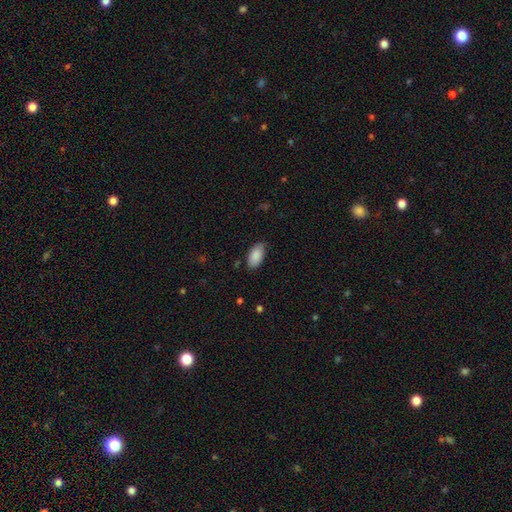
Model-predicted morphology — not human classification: Smooth or featured?
  - smooth: 89% *
  - star or artifact: 6%
  - featured or disk: 5%
How rounded?
  - in between: 95% *
  - cigar-shaped: 3%
  - round: 2%
Merging?
  - none: 78% *
  - minor disturbance: 18%
  - major disturbance: 3%
  - merger: 1%